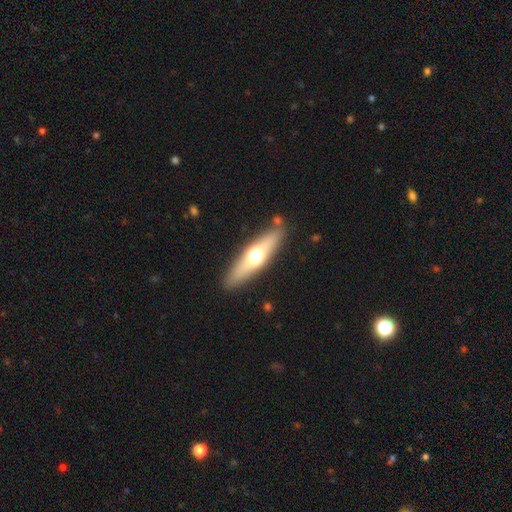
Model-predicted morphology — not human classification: featured or disk 48%, smooth 47%, star or artifact 6%. Down the decision tree: merging — none (85%).